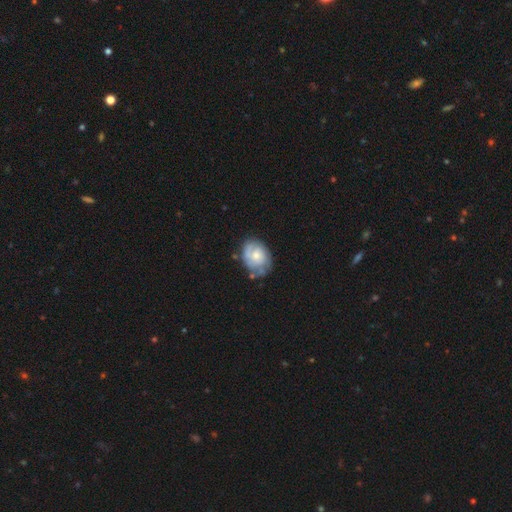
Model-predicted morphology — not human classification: Smooth or featured? Predicted: featured or disk (p=0.62). Edge-on disk? Predicted: no (p=0.97). Bar? Predicted: no (p=0.76). Spiral arms? Predicted: yes (p=0.79). Bulge size? Predicted: moderate (p=0.48). Merging? Predicted: none (p=0.58).